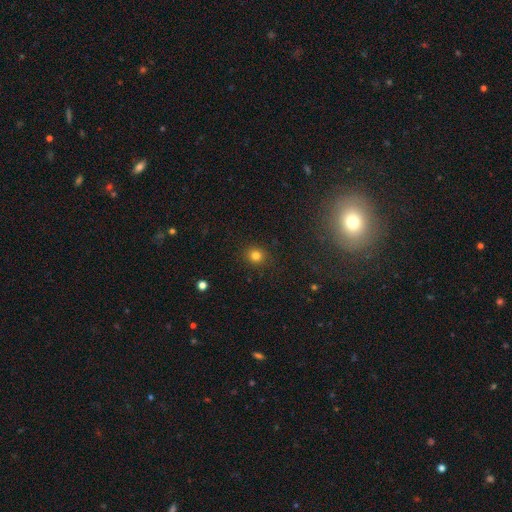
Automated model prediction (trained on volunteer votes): This appears to be a smooth galaxy with no disk features (80%) that is round (86%). Merging: none (89%).